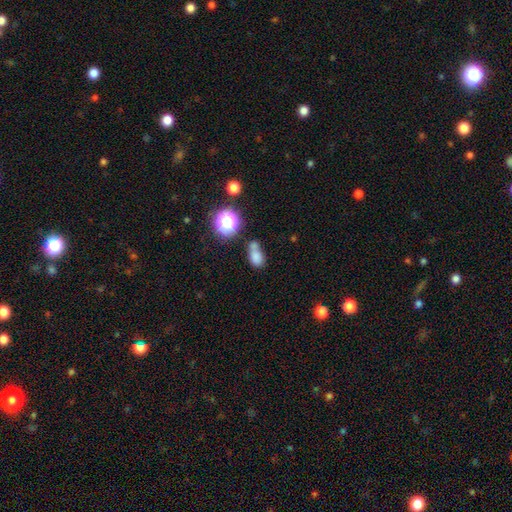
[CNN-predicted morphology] smooth 73%, star or artifact 16%, featured or disk 11%. Down the decision tree: how rounded — in between (69%); merging — merger (41%).